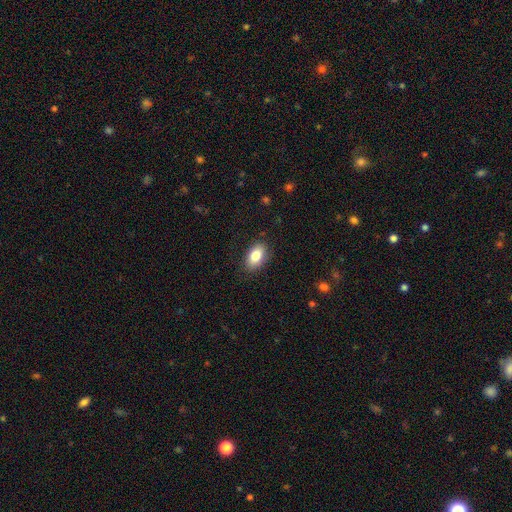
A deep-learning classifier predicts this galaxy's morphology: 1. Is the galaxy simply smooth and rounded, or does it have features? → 83% smooth, 10% featured or disk, 7% star or artifact.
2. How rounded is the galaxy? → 90% in between, 7% round, 2% cigar-shaped.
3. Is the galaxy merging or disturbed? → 86% none, 11% minor disturbance, 3% major disturbance, 1% merger.